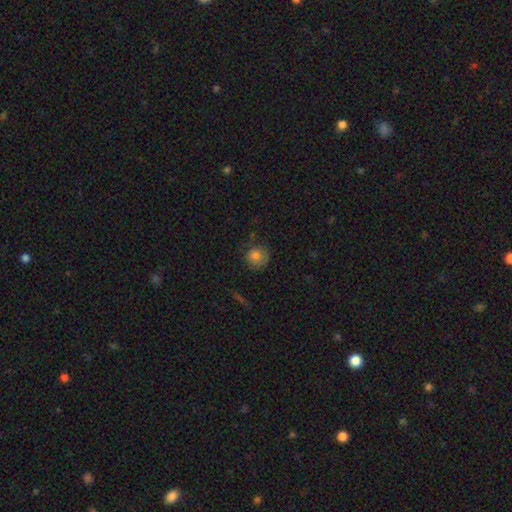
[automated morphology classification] Smooth or featured?
  - smooth: 78% *
  - featured or disk: 12%
  - star or artifact: 10%
How rounded?
  - round: 90% *
  - in between: 9%
  - cigar-shaped: 1%
Merging?
  - none: 69% *
  - minor disturbance: 22%
  - major disturbance: 8%
  - merger: 2%